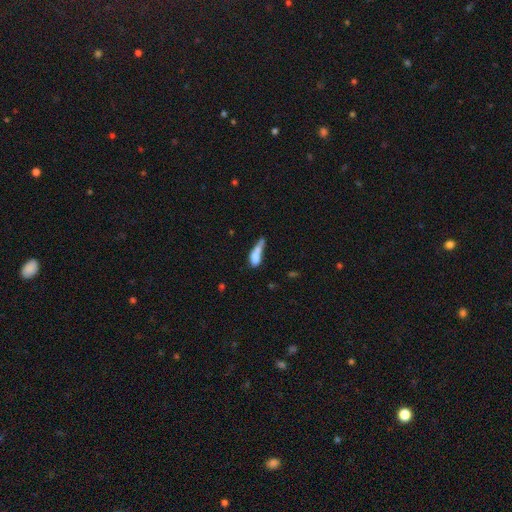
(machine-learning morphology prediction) Smooth or featured? smooth (67%)
How rounded? cigar-shaped (48%, tied with in between)
Merging? merger (31%)